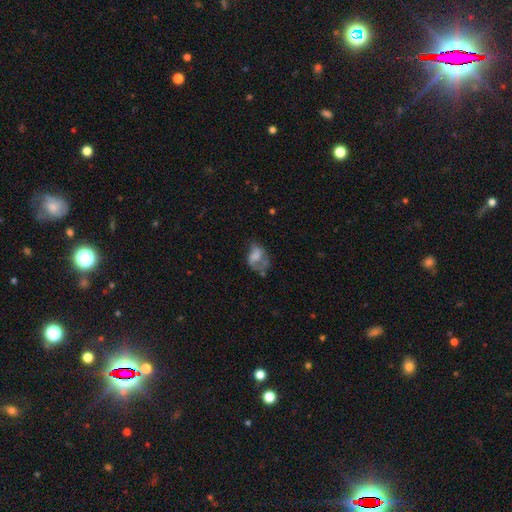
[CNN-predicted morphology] A featured or disk galaxy (48%).

Vote fractions:
- Smooth or featured? featured or disk: 48% / smooth: 42% / star or artifact: 10%
- Merging? major disturbance: 40% / none: 29% / minor disturbance: 24% / merger: 7%